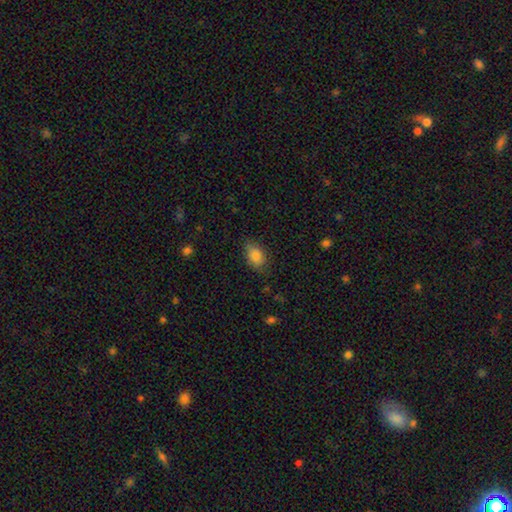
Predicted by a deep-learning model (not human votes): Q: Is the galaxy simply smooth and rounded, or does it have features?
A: smooth — 85%.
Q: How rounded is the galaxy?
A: in between — 86%.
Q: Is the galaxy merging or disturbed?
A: none — 74%.